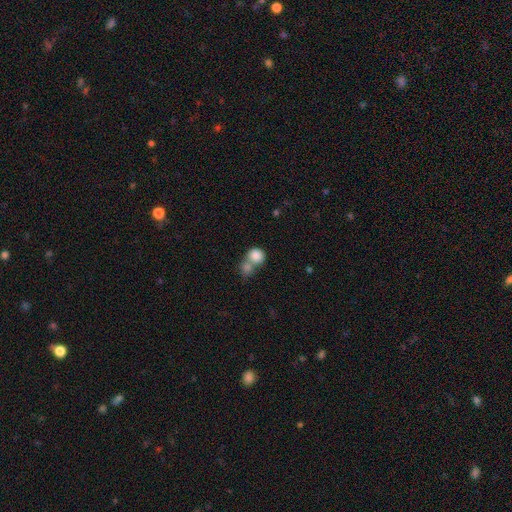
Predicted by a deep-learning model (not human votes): smooth_or_featured: smooth (p=0.84) [alt: star or artifact p=0.08]
how_rounded: round (p=0.81) [alt: in between p=0.18]
merging: merger (p=0.58) [alt: none p=0.31]